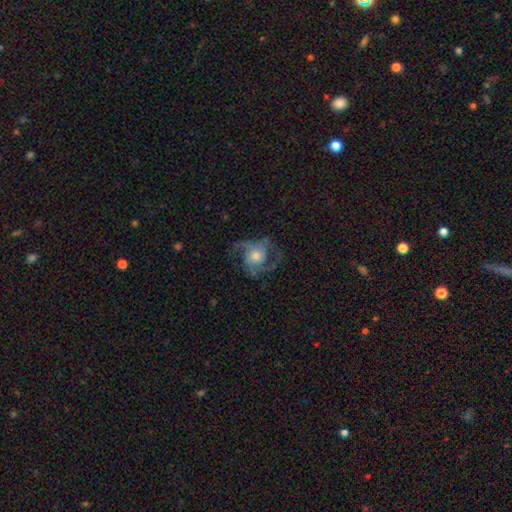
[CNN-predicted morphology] Smooth or featured? featured or disk (82%)
Edge-on disk? no (97%)
Bar? no (77%)
Spiral arms? yes (93%)
Spiral winding? medium (52%)
Spiral arm count? 2 (48%)
Bulge size? moderate (61%)
Merging? none (63%)